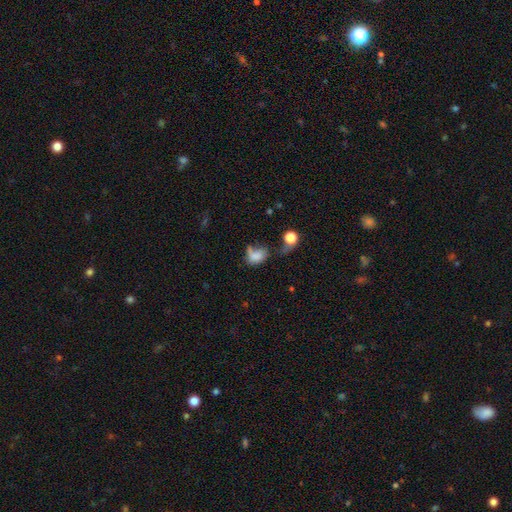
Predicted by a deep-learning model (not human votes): smooth_or_featured: smooth (p=0.71) [alt: featured or disk p=0.17]
how_rounded: in between (p=0.72) [alt: round p=0.26]
merging: major disturbance (p=0.35) [alt: none p=0.23]